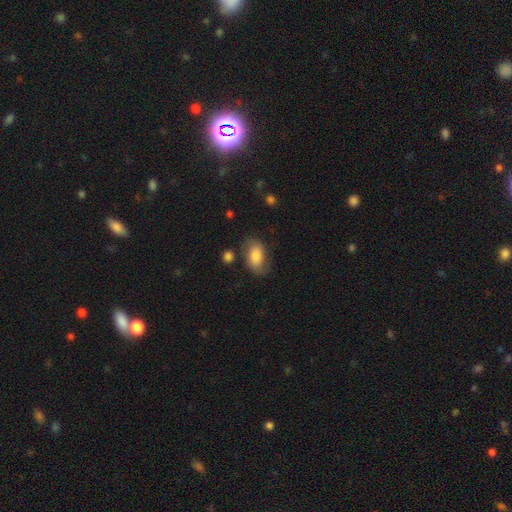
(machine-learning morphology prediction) This appears to be a smooth galaxy with no disk features (73%) that is in between round and cigar-shaped (90%). Merging: none (65%).